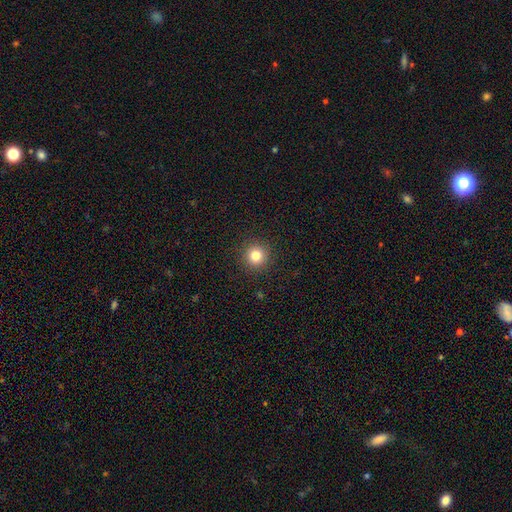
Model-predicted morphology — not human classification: smooth 81%, star or artifact 13%, featured or disk 6%. Down the decision tree: how rounded — round (95%); merging — none (92%).